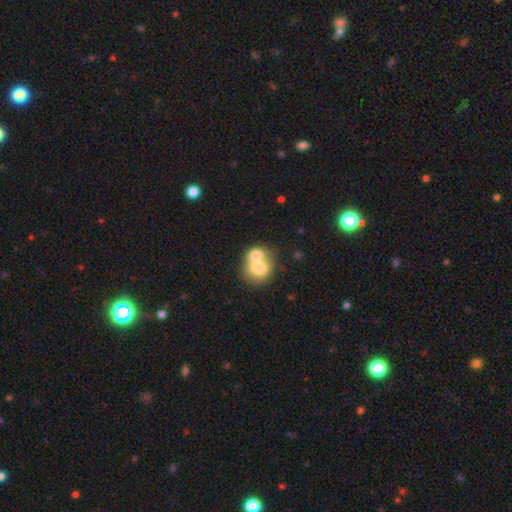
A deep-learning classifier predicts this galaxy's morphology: Smooth or featured: smooth — 73% (featured or disk — 19%)
How rounded: round — 62% (in between — 37%)
Merging: merger — 68% (none — 23%)